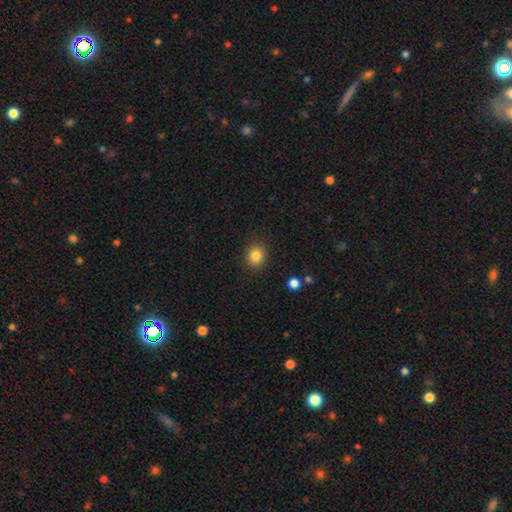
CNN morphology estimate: smooth 85%, star or artifact 10%, featured or disk 5%. Down the decision tree: how rounded — round (70%); merging — none (88%).